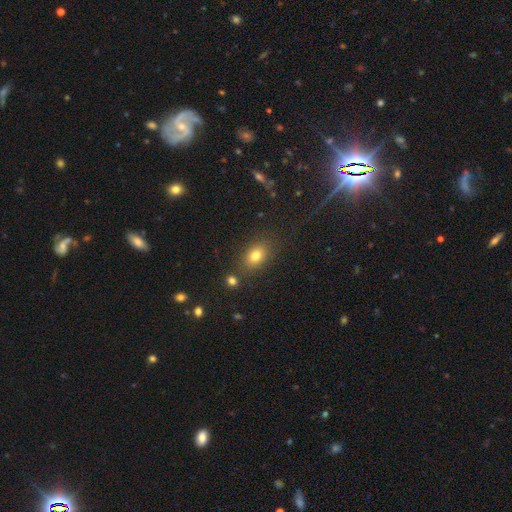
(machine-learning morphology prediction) A smooth galaxy with no disk features (78%) that is in between round and cigar-shaped (75%). Merging: none (78%).